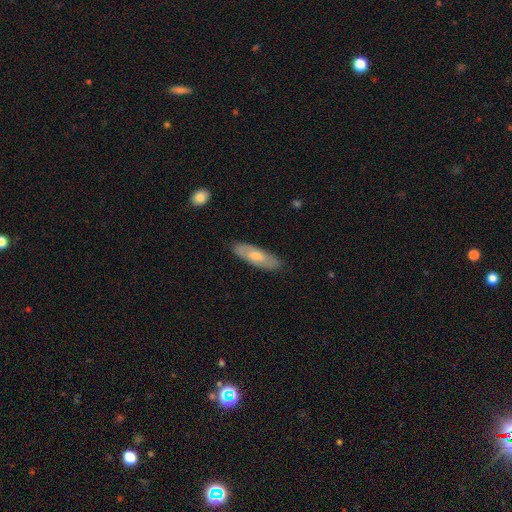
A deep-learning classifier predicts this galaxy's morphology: smooth 50%, featured or disk 44%, star or artifact 6%. Down the decision tree: merging — none (85%).